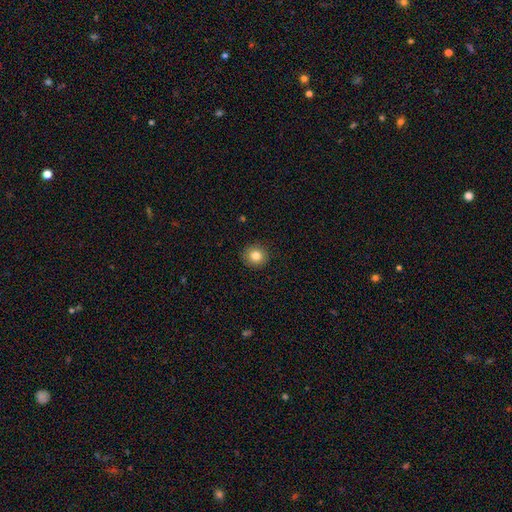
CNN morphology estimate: type=smooth (83%); roundness=round (91%); merging=none (91%).